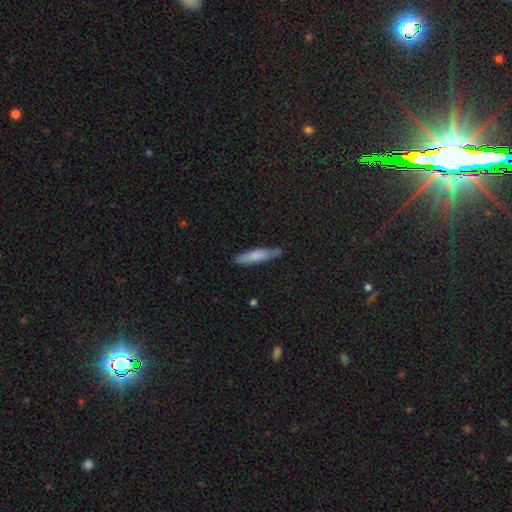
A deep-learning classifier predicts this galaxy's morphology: The model was most divided on "smooth or featured": smooth: 73%, featured or disk: 20%, star or artifact: 7%. More confident: how rounded — cigar-shaped (83%); merging — none (79%).